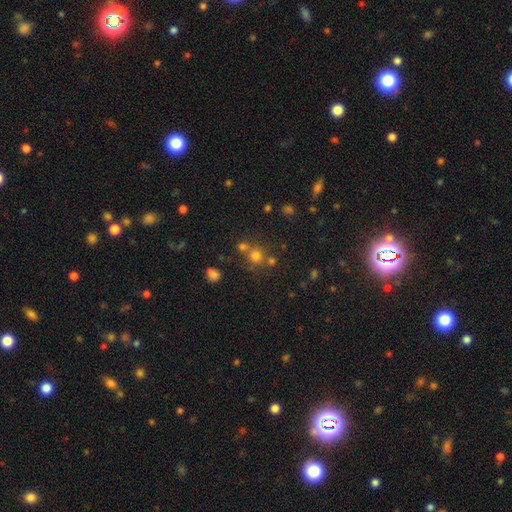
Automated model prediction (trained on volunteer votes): The model was most divided on "merging": none: 61%, merger: 27%, minor disturbance: 8%, major disturbance: 4%. More confident: how rounded — round (90%); smooth or featured — smooth (71%).